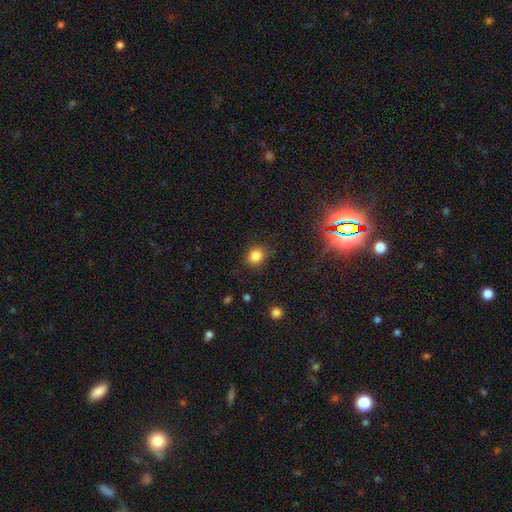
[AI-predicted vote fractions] Smooth or featured: smooth — 82% (star or artifact — 13%)
How rounded: round — 74% (in between — 25%)
Merging: none — 86% (minor disturbance — 9%)